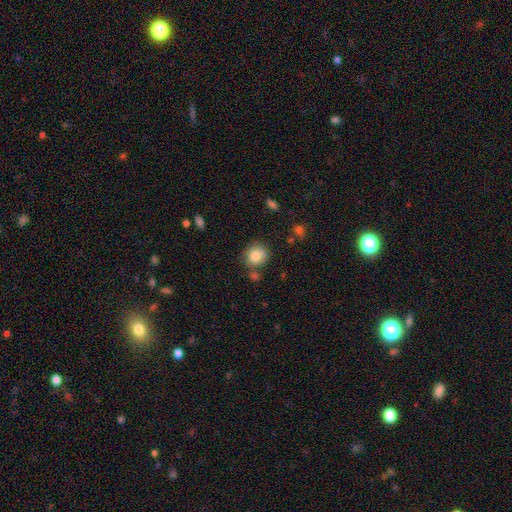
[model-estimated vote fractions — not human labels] Q: Smooth or featured?
A: smooth (81%); runner-up: featured or disk (9%)
Q: How rounded?
A: round (81%); runner-up: in between (18%)
Q: Merging?
A: none (69%); runner-up: minor disturbance (17%)